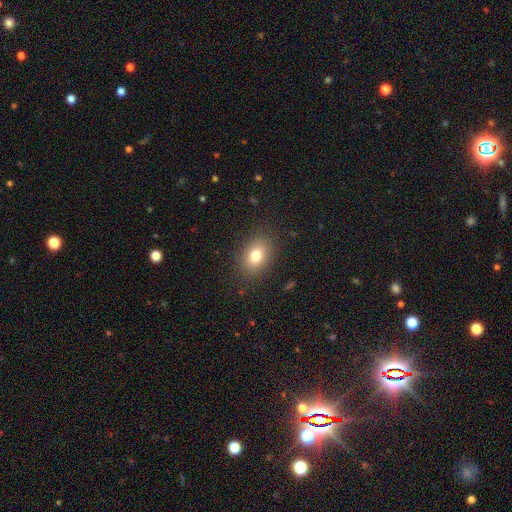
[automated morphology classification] Smooth or featured? smooth (79%)
How rounded? in between (73%)
Merging? none (85%)